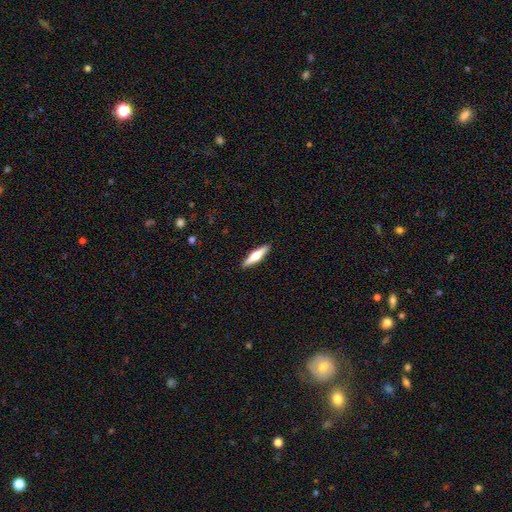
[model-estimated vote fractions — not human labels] smooth_or_featured: featured or disk (p=0.50) [alt: smooth p=0.45]
merging: none (p=0.91) [alt: minor disturbance p=0.06]